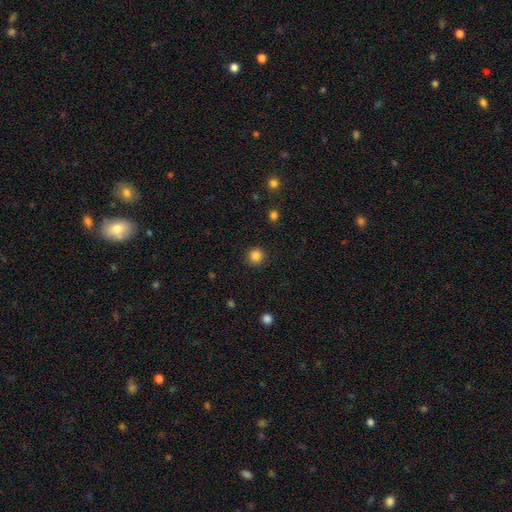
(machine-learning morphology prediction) Overall: smooth (85%). How rounded: round (94%). Merging: none (91%).